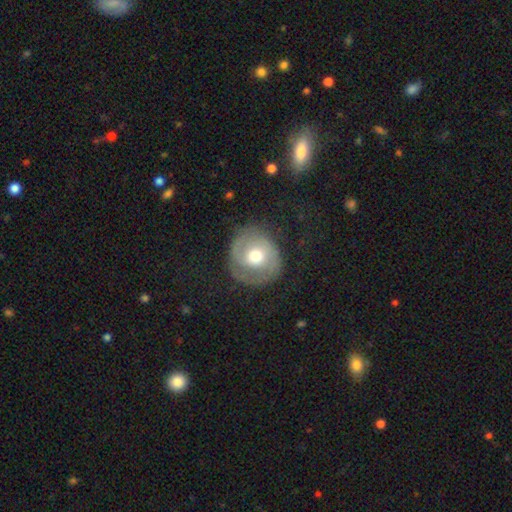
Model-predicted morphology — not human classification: smooth_or_featured: featured or disk (p=0.48) [alt: smooth p=0.44]
merging: none (p=0.66) [alt: minor disturbance p=0.19]